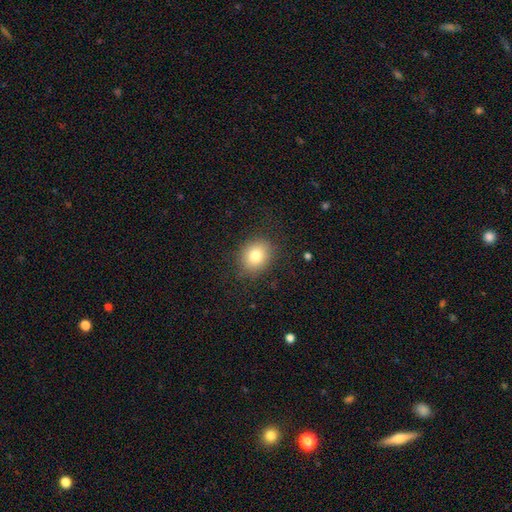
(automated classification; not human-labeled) This is likely a smooth galaxy (79%). How rounded: possibly round (59%). Merging: clearly none (84%).